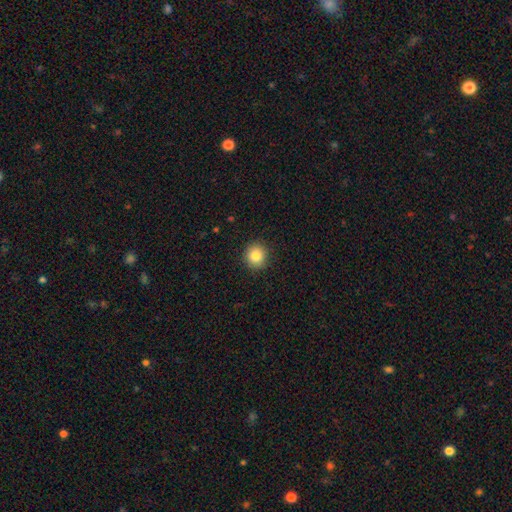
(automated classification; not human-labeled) Smooth or featured? smooth (84%)
How rounded? round (91%)
Merging? none (91%)